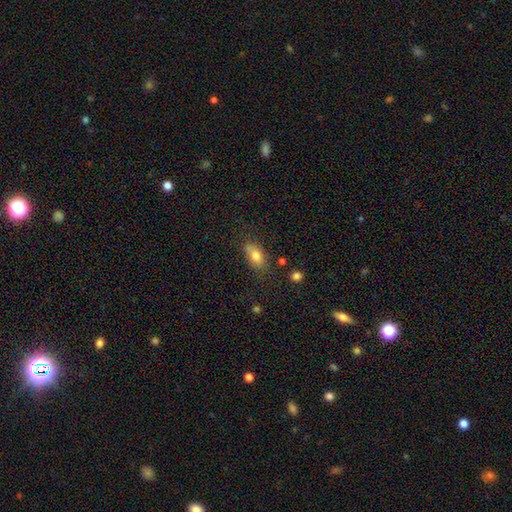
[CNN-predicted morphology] Smooth or featured: smooth — 78% (featured or disk — 13%)
How rounded: in between — 82% (round — 11%)
Merging: none — 60% (minor disturbance — 21%)